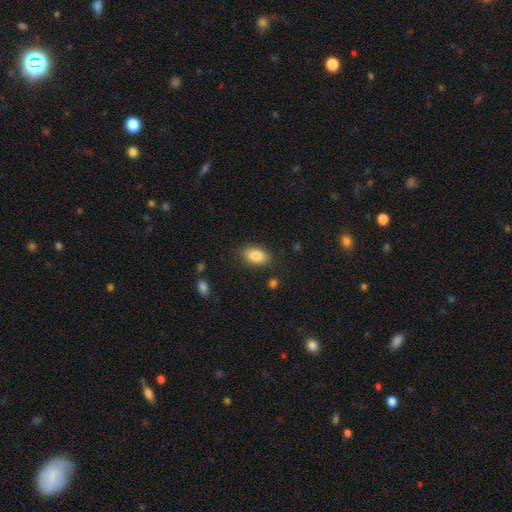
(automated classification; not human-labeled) This appears to be a smooth galaxy with no disk features (85%) that is in between round and cigar-shaped (90%). Merging: none (84%).